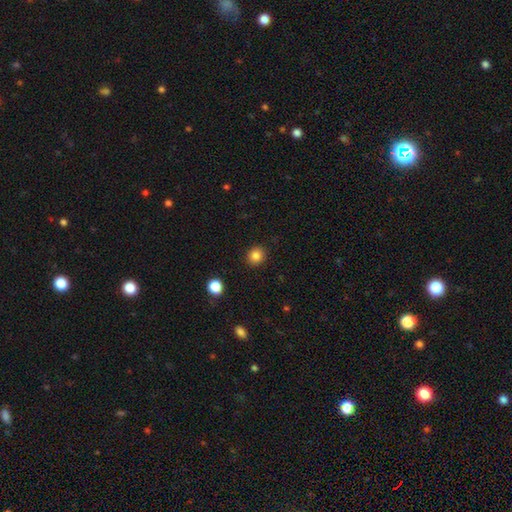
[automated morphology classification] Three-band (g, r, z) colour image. It shows a smooth galaxy with no disk features (84%) that is round (86%). Merging: none (91%).